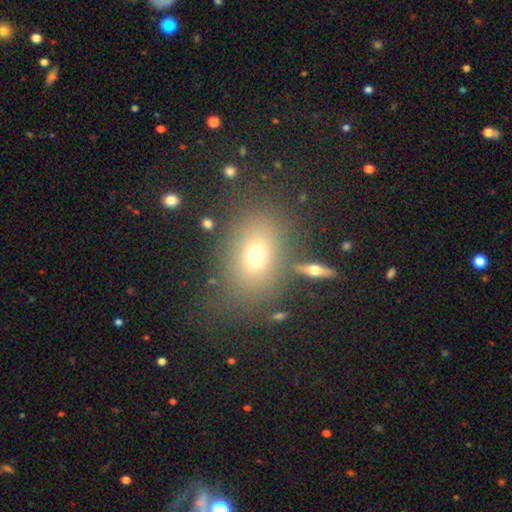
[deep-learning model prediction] A smooth galaxy with no disk features (66%) that is in between round and cigar-shaped (67%). Merging: none (72%).